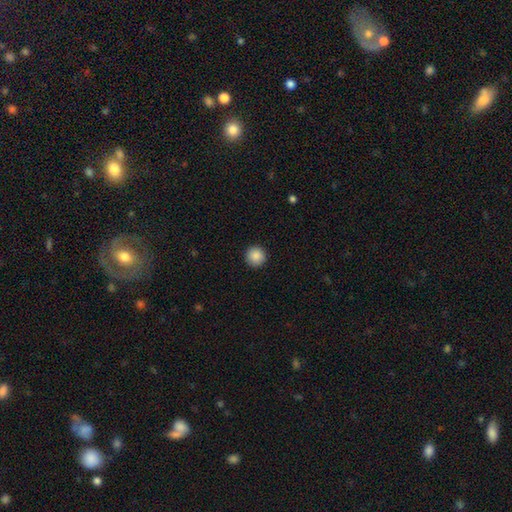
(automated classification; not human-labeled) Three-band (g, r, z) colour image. It shows a smooth galaxy with no disk features (88%) that is round (96%). Merging: none (92%).